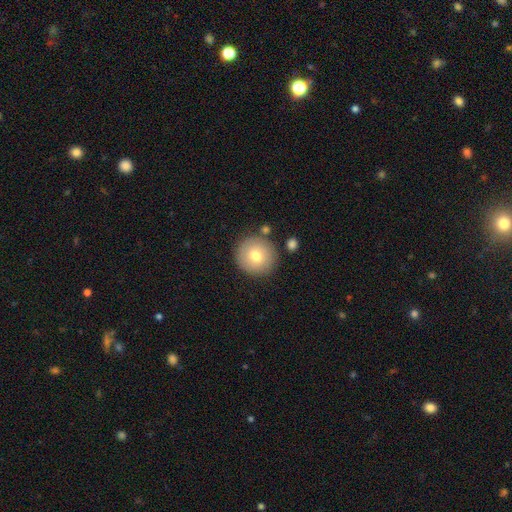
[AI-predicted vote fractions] Q: Smooth or featured?
A: smooth (76%); runner-up: featured or disk (16%)
Q: How rounded?
A: round (95%); runner-up: in between (4%)
Q: Merging?
A: none (84%); runner-up: minor disturbance (9%)